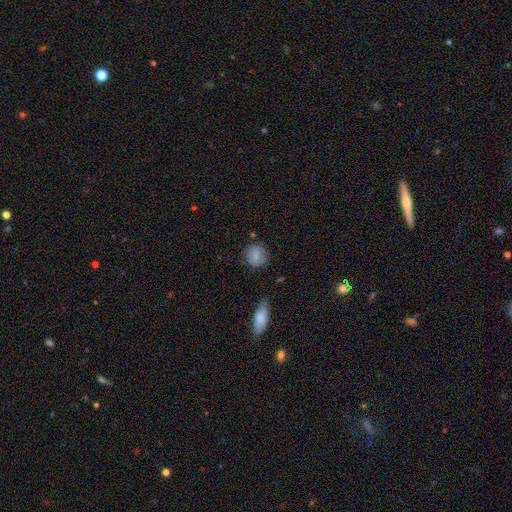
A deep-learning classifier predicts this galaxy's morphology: This is clearly a smooth galaxy (81%). How rounded: likely round (78%). Merging: likely none (78%).